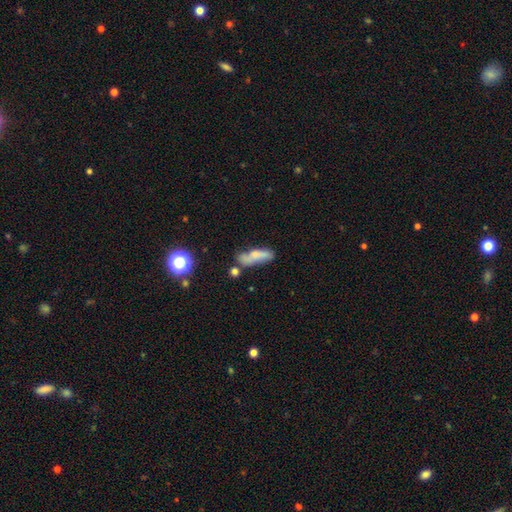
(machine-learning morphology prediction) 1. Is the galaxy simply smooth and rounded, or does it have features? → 63% smooth, 26% featured or disk, 11% star or artifact.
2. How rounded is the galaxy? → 56% cigar-shaped, 41% in between, 4% round.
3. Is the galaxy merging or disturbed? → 45% none, 25% minor disturbance, 18% merger, 12% major disturbance.